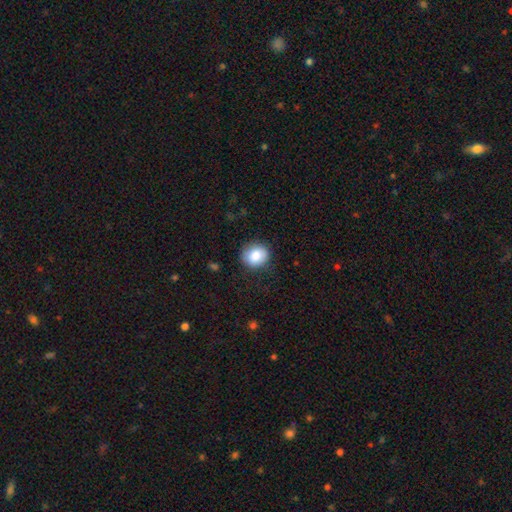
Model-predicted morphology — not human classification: Smooth or featured?
  - smooth: 84% *
  - star or artifact: 8%
  - featured or disk: 8%
How rounded?
  - round: 78% *
  - in between: 21%
  - cigar-shaped: 1%
Merging?
  - none: 83% *
  - minor disturbance: 13%
  - major disturbance: 4%
  - merger: 1%